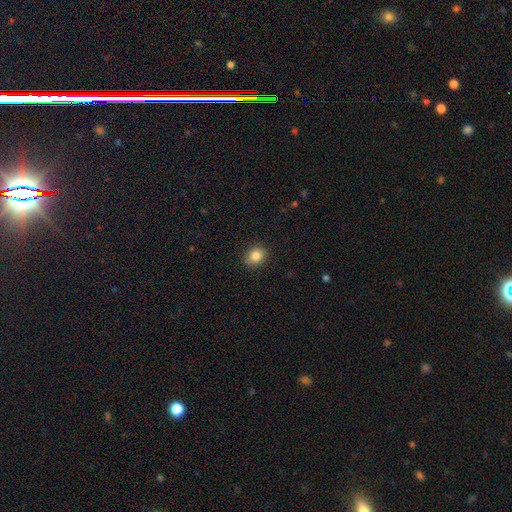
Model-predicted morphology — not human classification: A smooth galaxy with no disk features (84%) that is round (62%). Merging: none (86%).